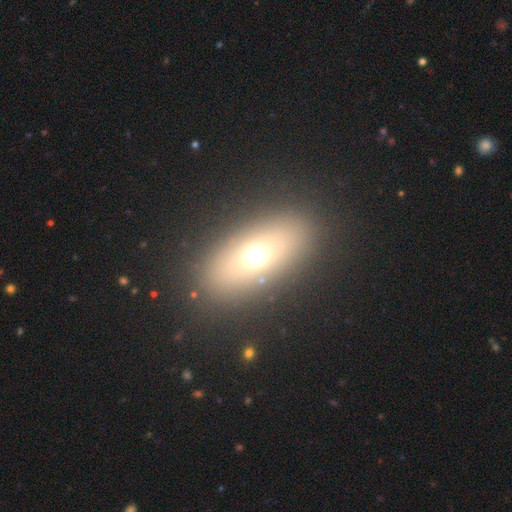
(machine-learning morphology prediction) Q: Smooth or featured?
A: smooth (62%); runner-up: featured or disk (21%)
Q: How rounded?
A: in between (75%); runner-up: round (16%)
Q: Merging?
A: none (86%); runner-up: minor disturbance (7%)